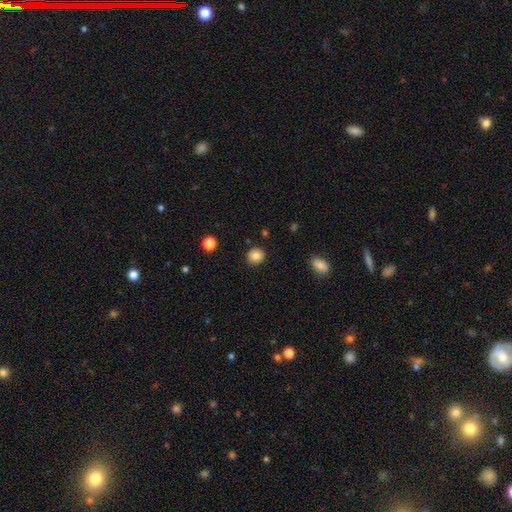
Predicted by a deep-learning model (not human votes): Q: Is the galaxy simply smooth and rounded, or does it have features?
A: smooth — 84%.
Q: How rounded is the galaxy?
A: round — 89%.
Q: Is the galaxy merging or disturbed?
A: none — 90%.